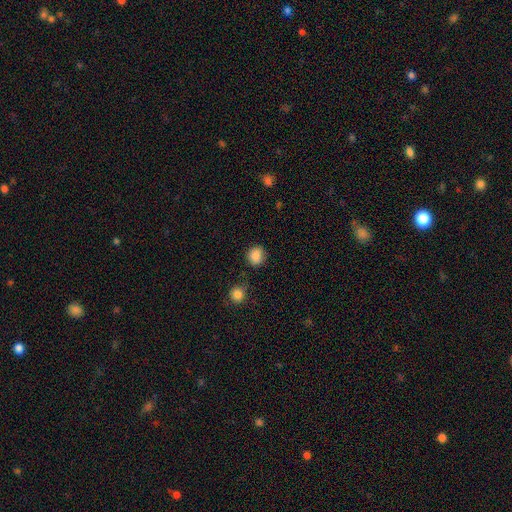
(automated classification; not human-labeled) Smooth or featured? smooth (86%)
How rounded? round (73%)
Merging? none (78%)